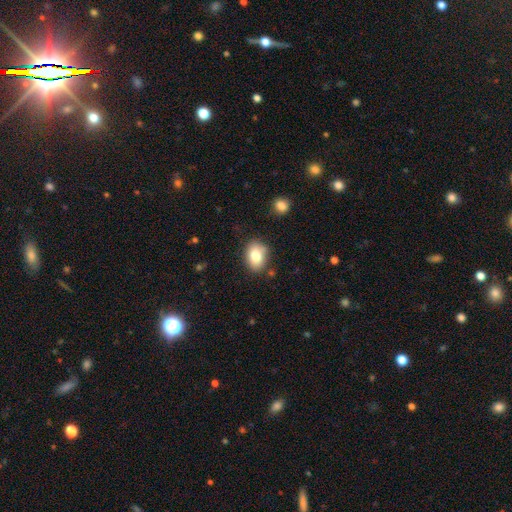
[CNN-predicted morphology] smooth_or_featured: smooth (p=0.82) [alt: featured or disk p=0.10]
how_rounded: in between (p=0.74) [alt: round p=0.25]
merging: none (p=0.78) [alt: minor disturbance p=0.15]